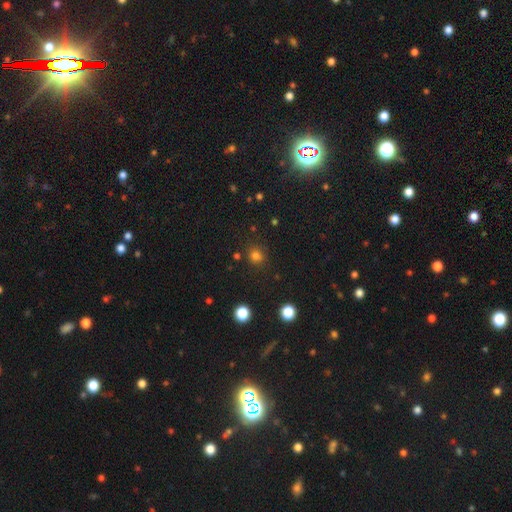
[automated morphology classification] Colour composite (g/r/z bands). It shows a smooth galaxy with no disk features (77%) that is round (80%). Merging: none (82%).